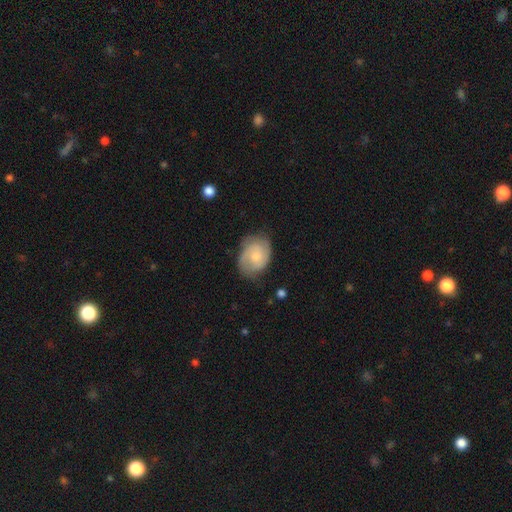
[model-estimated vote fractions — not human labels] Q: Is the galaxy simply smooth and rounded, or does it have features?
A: featured or disk — 52%.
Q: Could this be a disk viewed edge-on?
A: no — 97%.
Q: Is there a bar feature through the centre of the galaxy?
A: no — 69%.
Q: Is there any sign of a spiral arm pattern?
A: yes — 84%.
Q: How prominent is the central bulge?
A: moderate — 47%.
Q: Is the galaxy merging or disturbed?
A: none — 64%.